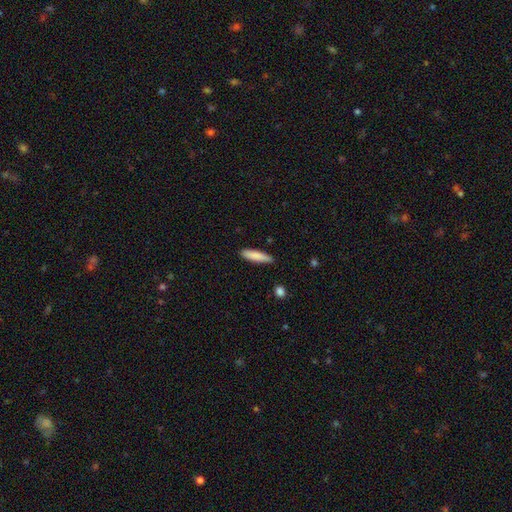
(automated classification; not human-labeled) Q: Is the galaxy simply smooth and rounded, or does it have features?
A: smooth — 85%.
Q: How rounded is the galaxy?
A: cigar-shaped — 78%.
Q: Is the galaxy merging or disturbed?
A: none — 86%.